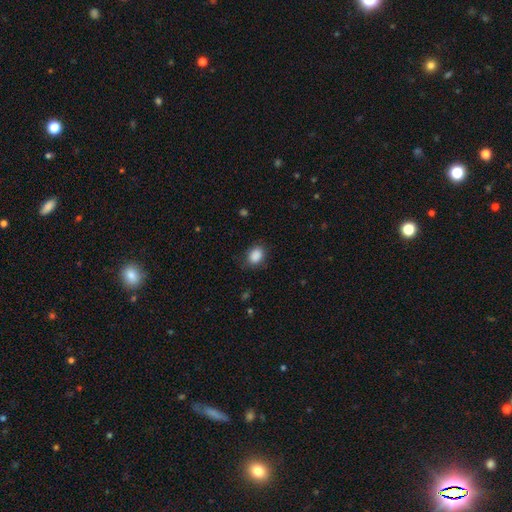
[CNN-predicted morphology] This appears to be a smooth galaxy with no disk features (88%) that is in between round and cigar-shaped (59%). Merging: none (77%).